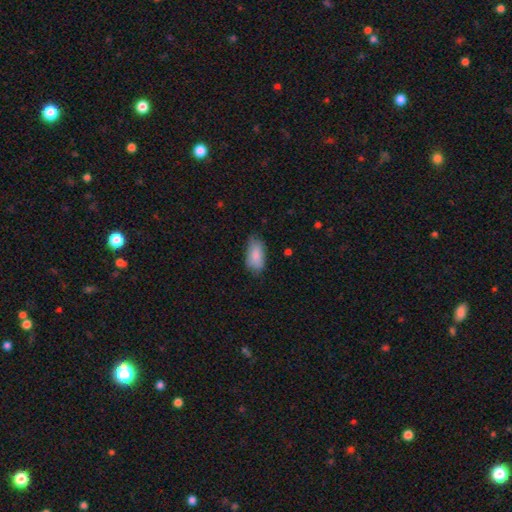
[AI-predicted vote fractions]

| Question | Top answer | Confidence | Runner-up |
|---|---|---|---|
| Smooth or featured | smooth | 85% | featured or disk (8%) |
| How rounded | in between | 91% | cigar-shaped (6%) |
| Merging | none | 71% | minor disturbance (23%) |